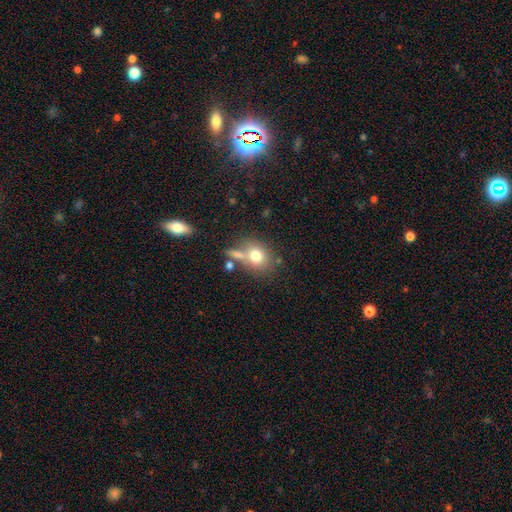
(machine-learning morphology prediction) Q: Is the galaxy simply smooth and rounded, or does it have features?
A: smooth — 75%.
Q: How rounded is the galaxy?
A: round — 59%.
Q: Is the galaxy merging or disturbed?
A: none — 56%.